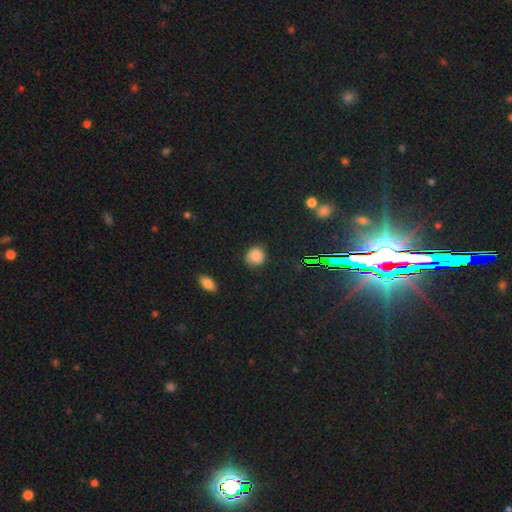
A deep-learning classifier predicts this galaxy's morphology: smooth-or-featured: smooth: 82% | star or artifact: 11% | featured or disk: 7%
  how-rounded: round: 82% | in between: 17% | cigar-shaped: 1%
  merging: none: 75% | minor disturbance: 19% | major disturbance: 4% | merger: 2%